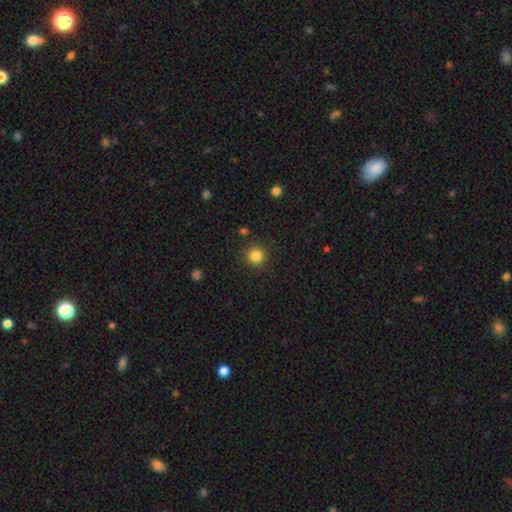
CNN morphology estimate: Smooth or featured?
  - smooth: 84% *
  - star or artifact: 12%
  - featured or disk: 4%
How rounded?
  - round: 95% *
  - in between: 4%
  - cigar-shaped: 1%
Merging?
  - none: 90% *
  - minor disturbance: 6%
  - major disturbance: 2%
  - merger: 2%